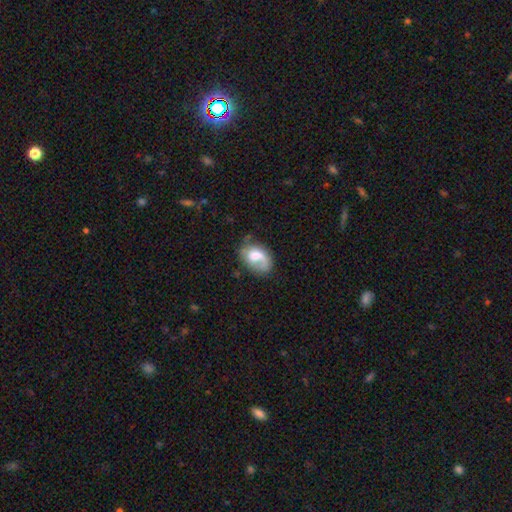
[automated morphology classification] Smooth or featured: featured or disk — 47% (smooth — 46%)
Merging: none — 50% (minor disturbance — 26%)